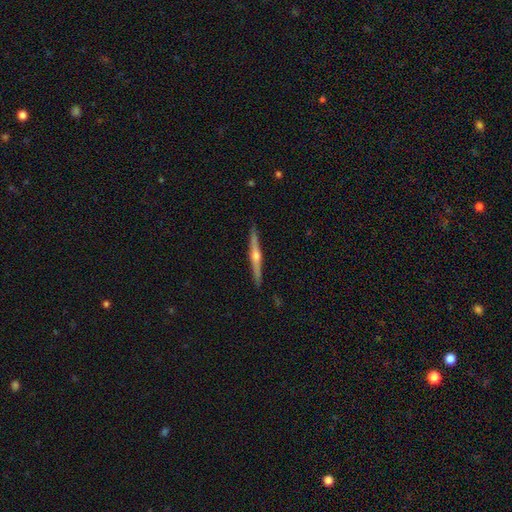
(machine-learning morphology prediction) type=featured or disk (78%); edge-on=yes (98%); edge-on bulge=rounded (91%); merging=none (92%).